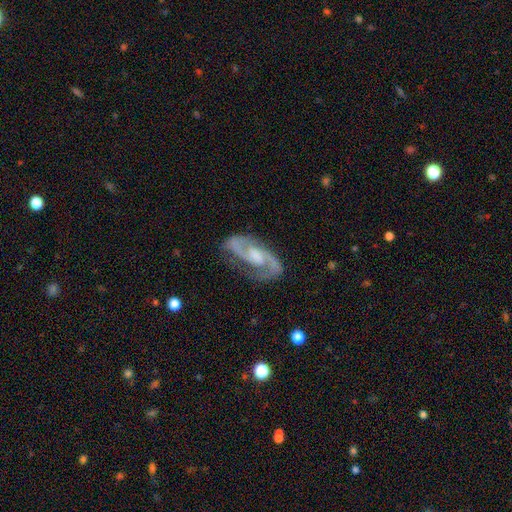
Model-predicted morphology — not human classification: This appears to be a featured or disk galaxy (90%) with a weak bar (46%), 2 (92%) medium (60%) spiral arms (98%) and a moderate central bulge (40%). Merging: none (77%).